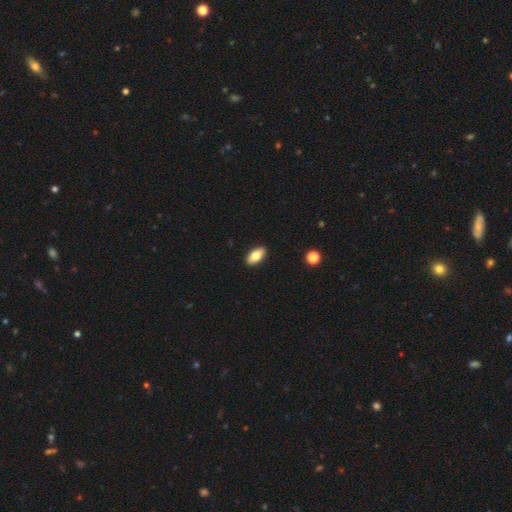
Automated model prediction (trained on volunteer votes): smooth 79%, featured or disk 14%, star or artifact 7%. Down the decision tree: how rounded — in between (92%); merging — none (91%).